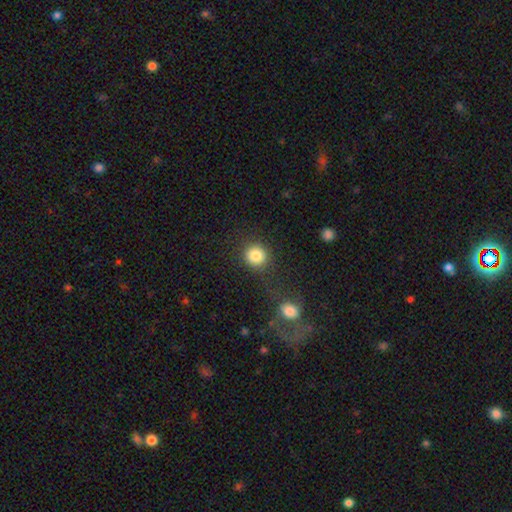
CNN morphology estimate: The model was most divided on "merging": none: 82%, minor disturbance: 9%, merger: 5%, major disturbance: 4%. More confident: how rounded — round (90%); smooth or featured — smooth (85%).